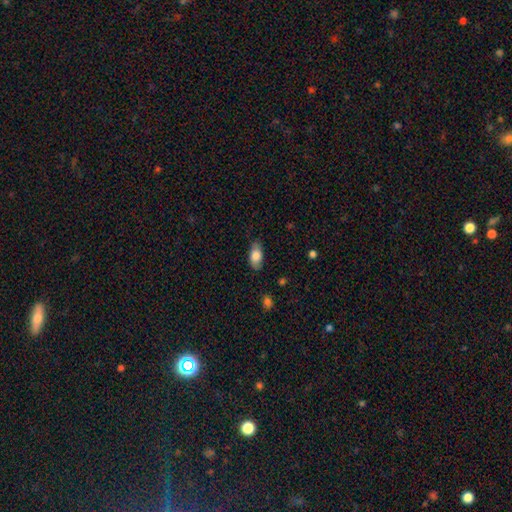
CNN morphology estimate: A smooth galaxy with no disk features (80%) that is in between round and cigar-shaped (91%).

Vote fractions:
- Smooth or featured? smooth: 80% / featured or disk: 13% / star or artifact: 7%
- How rounded? in between: 91% / cigar-shaped: 5% / round: 4%
- Merging? none: 79% / minor disturbance: 16% / major disturbance: 3% / merger: 1%